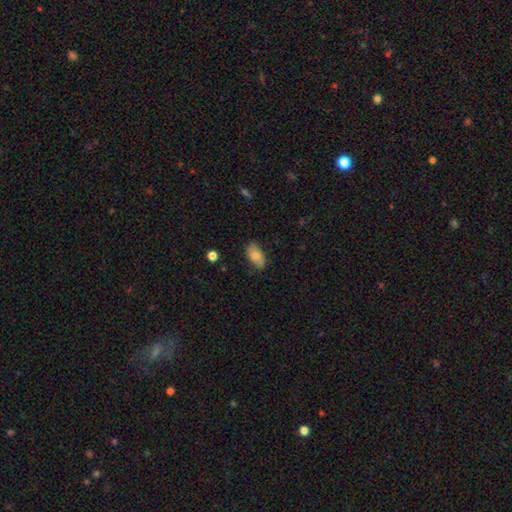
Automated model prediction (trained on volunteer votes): Overall: smooth (78%). How rounded: in between (93%). Merging: none (74%).